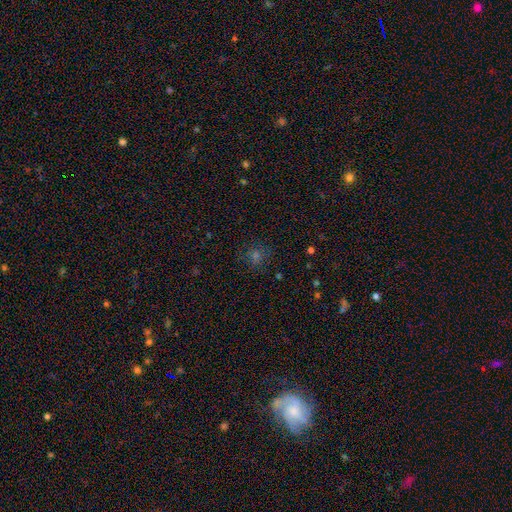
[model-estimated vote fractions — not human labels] The model was most divided on "smooth or featured": smooth: 53%, star or artifact: 37%, featured or disk: 10%. More confident: how rounded — round (89%); merging — none (84%).